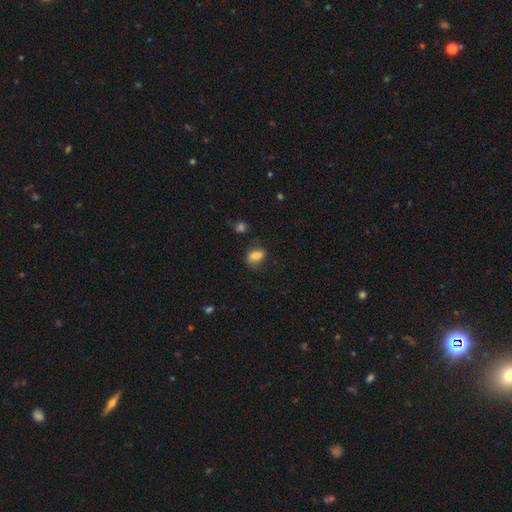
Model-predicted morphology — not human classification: smooth 77%, featured or disk 14%, star or artifact 9%. Down the decision tree: how rounded — in between (75%); merging — none (69%).